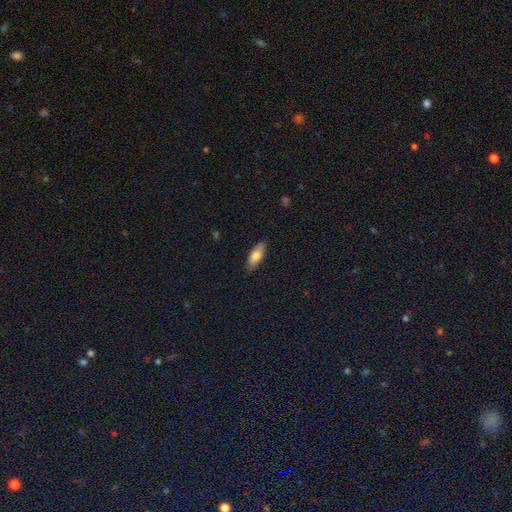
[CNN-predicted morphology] A smooth galaxy with no disk features (74%) that is in between round and cigar-shaped (71%). Merging: none (85%).